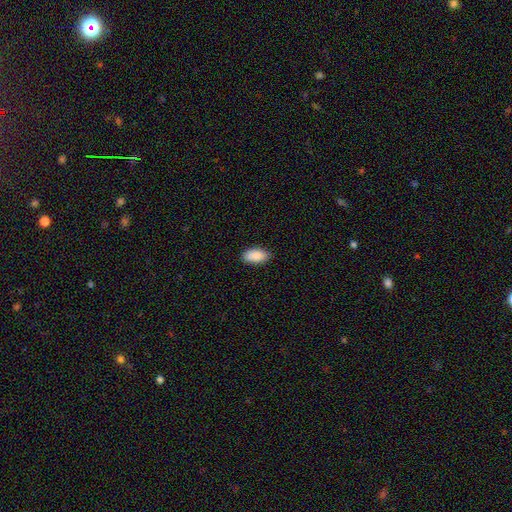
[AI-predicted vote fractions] smooth-or-featured: smooth: 89% | star or artifact: 6% | featured or disk: 5%
  how-rounded: in between: 94% | round: 3% | cigar-shaped: 3%
  merging: none: 86% | minor disturbance: 11% | major disturbance: 2% | merger: 1%